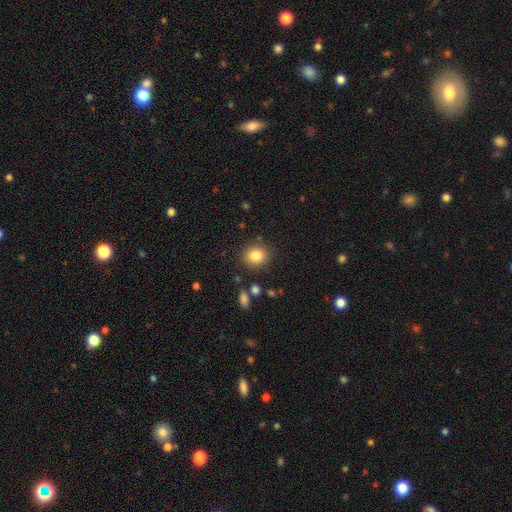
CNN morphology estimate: Smooth or featured? Predicted: smooth (p=0.83). How rounded? Predicted: round (p=0.76). Merging? Predicted: none (p=0.85).